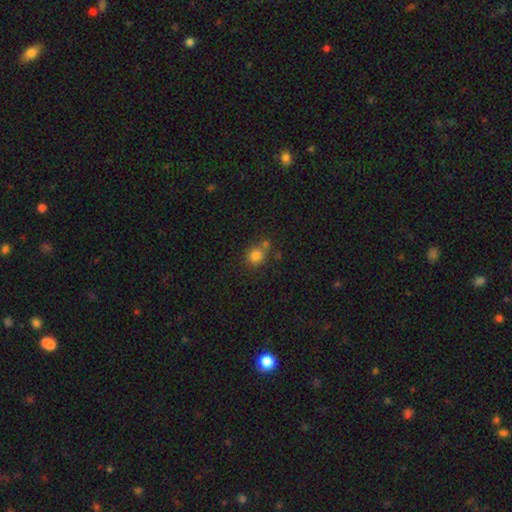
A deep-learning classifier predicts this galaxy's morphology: A smooth galaxy with no disk features (81%) that is round (78%). Merging: none (60%).